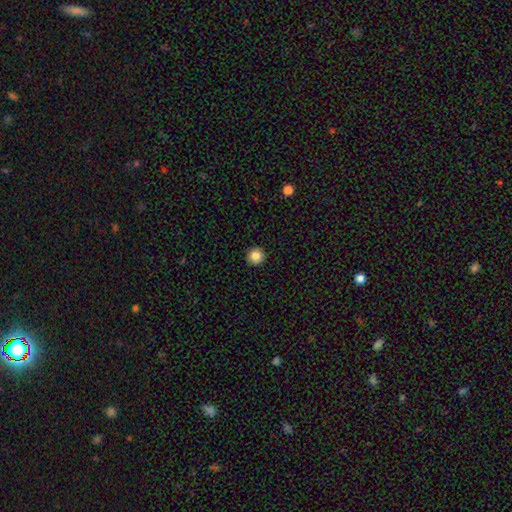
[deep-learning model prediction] Q: Smooth or featured?
A: smooth (85%); runner-up: star or artifact (10%)
Q: How rounded?
A: round (96%); runner-up: in between (3%)
Q: Merging?
A: none (94%); runner-up: minor disturbance (4%)